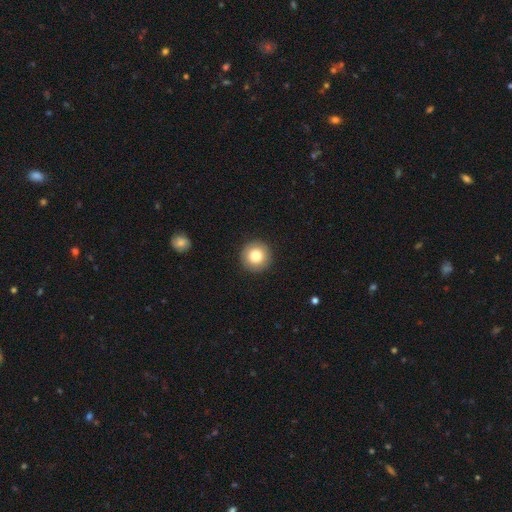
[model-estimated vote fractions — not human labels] Smooth or featured? Predicted: smooth (p=0.82). How rounded? Predicted: round (p=0.96). Merging? Predicted: none (p=0.92).